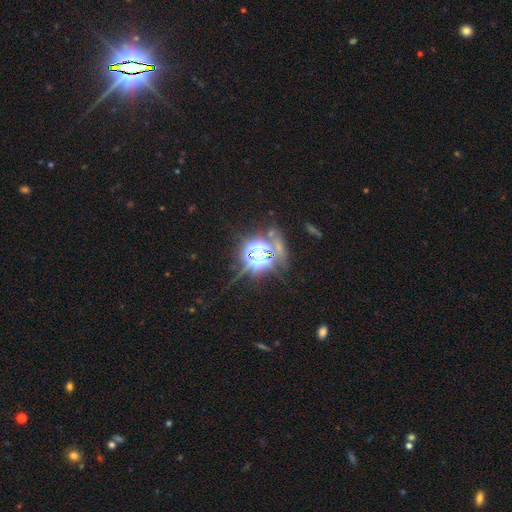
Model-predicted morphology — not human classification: A star or artifact, not a galaxy (79%).